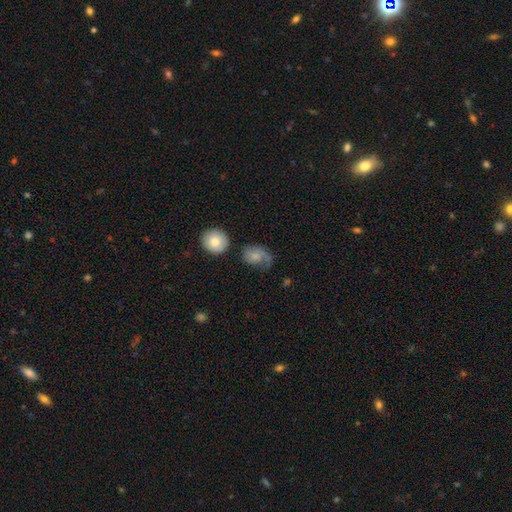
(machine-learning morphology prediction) type=smooth (55%); roundness=in between (50%); merging=major disturbance (37%).